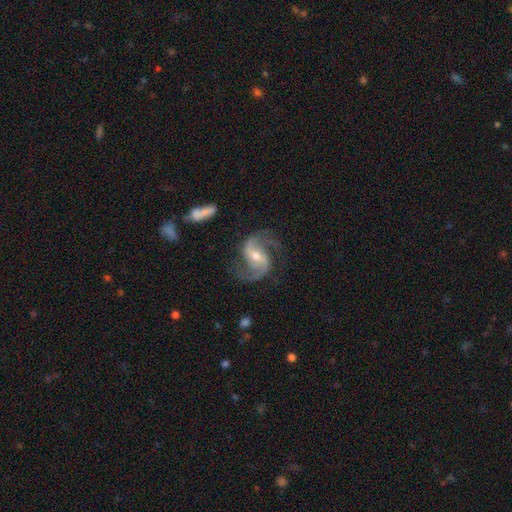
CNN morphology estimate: This appears to be a featured or disk galaxy (91%) with a weak bar (44%), 2 (92%) medium (47%) spiral arms (98%) and a moderate central bulge (53%). Merging: none (75%).